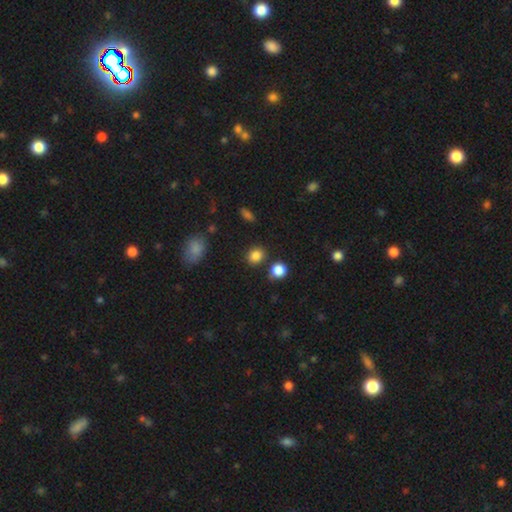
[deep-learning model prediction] This is clearly a smooth galaxy (84%). How rounded: likely round (67%). Merging: clearly none (81%).